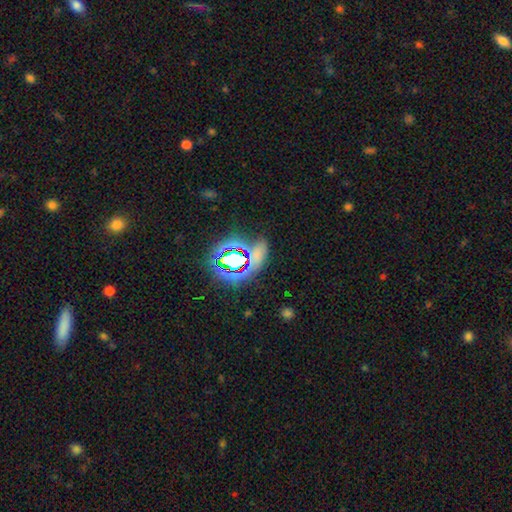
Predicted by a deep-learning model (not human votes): A star or artifact, not a galaxy (51%).

Vote fractions:
- Smooth or featured? star or artifact: 51% / smooth: 39% / featured or disk: 10%